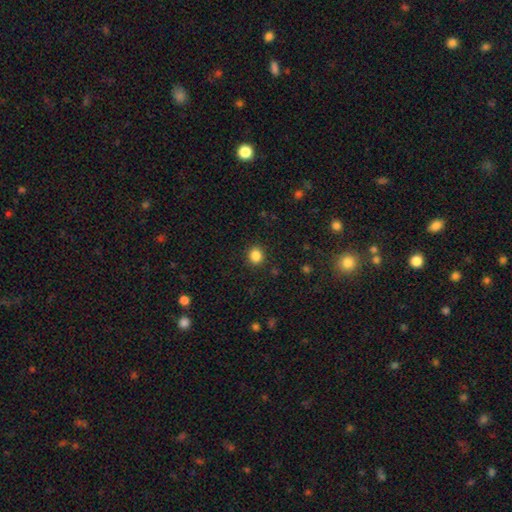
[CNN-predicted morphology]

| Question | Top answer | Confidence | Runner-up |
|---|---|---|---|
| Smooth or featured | smooth | 85% | star or artifact (11%) |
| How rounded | round | 77% | in between (22%) |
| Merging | none | 90% | minor disturbance (6%) |